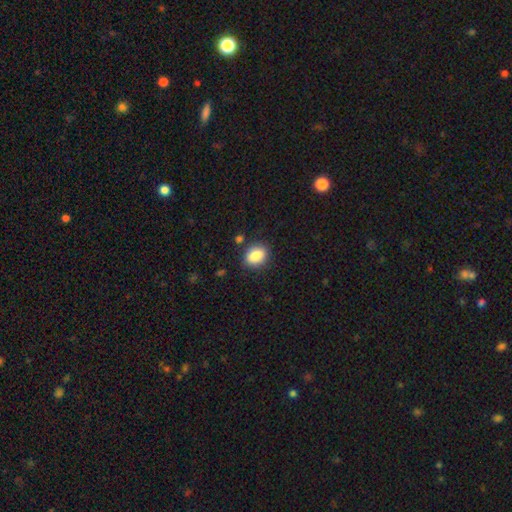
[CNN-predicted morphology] smooth_or_featured: smooth (p=0.86) [alt: star or artifact p=0.08]
how_rounded: in between (p=0.71) [alt: round p=0.28]
merging: none (p=0.83) [alt: minor disturbance p=0.11]